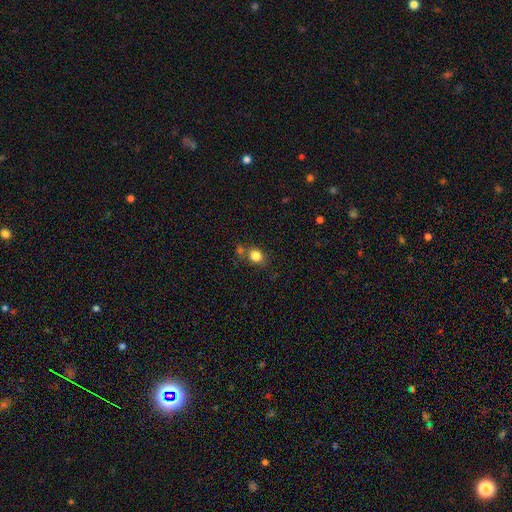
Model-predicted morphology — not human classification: The model was most divided on "how rounded": round: 68%, in between: 31%, cigar-shaped: 1%. More confident: smooth or featured — smooth (81%); merging — none (64%).